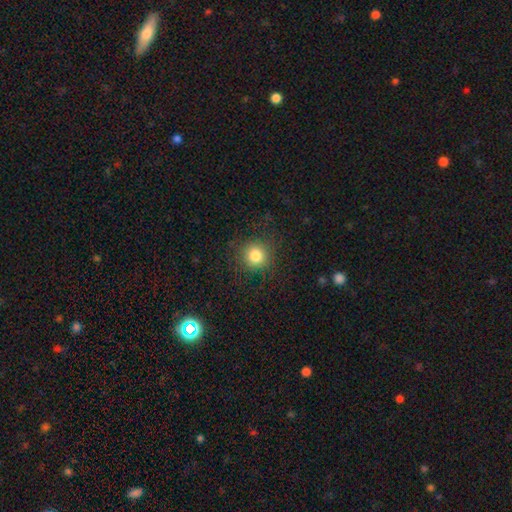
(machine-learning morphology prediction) Smooth or featured: smooth — 82% (star or artifact — 12%)
How rounded: round — 93% (in between — 6%)
Merging: none — 87% (minor disturbance — 8%)